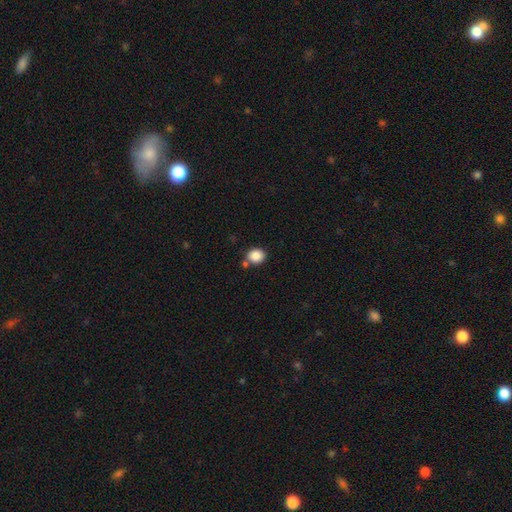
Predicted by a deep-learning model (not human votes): This appears to be a smooth galaxy with no disk features (86%) that is round (72%). Merging: none (71%).